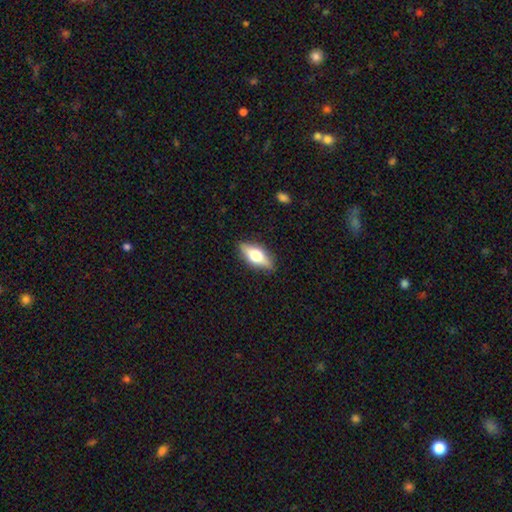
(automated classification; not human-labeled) Q: Smooth or featured?
A: smooth (54%); runner-up: featured or disk (40%)
Q: How rounded?
A: in between (73%); runner-up: cigar-shaped (23%)
Q: Merging?
A: none (87%); runner-up: minor disturbance (10%)